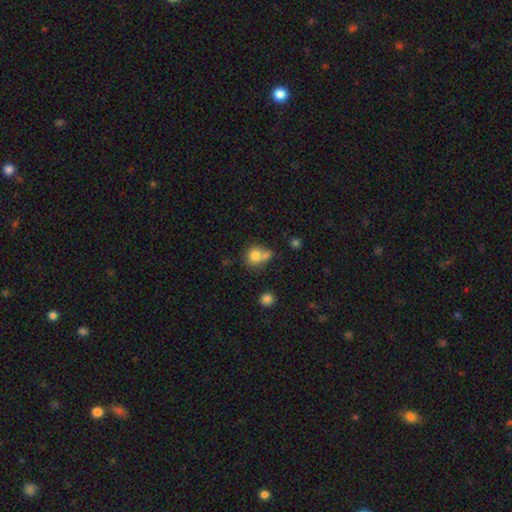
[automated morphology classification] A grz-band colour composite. It shows a smooth galaxy with no disk features (77%) that is round (68%). Merging: merger (43%).